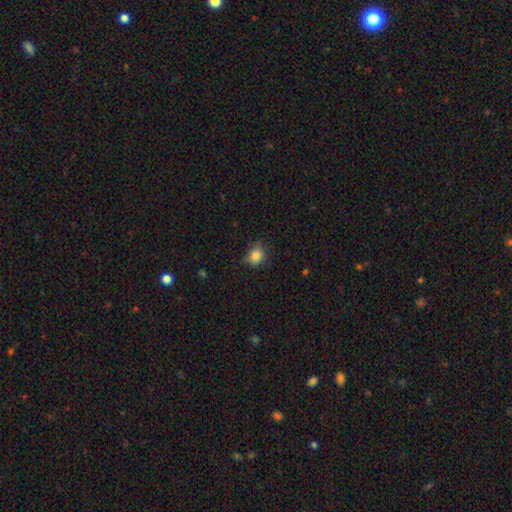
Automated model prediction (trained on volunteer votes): The model was most divided on "merging": none: 64%, minor disturbance: 28%, major disturbance: 6%, merger: 2%. More confident: smooth or featured — smooth (82%); how rounded — round (73%).